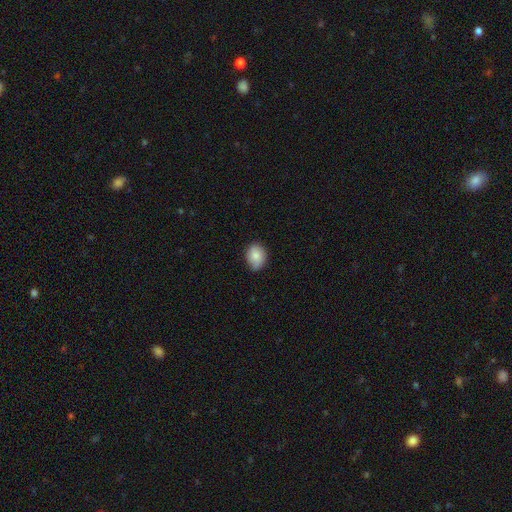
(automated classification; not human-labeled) Smooth or featured? smooth (80%)
How rounded? in between (57%)
Merging? none (67%)